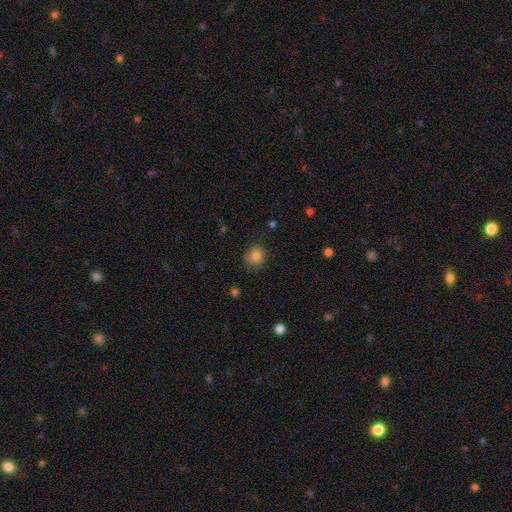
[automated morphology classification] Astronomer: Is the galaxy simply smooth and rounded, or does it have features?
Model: smooth — 82%.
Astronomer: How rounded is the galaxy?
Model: round — 80%.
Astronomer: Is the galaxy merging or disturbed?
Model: none — 80%.